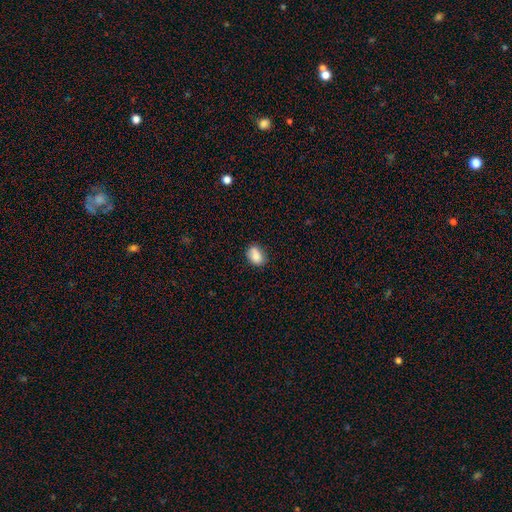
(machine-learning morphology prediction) This appears to be a smooth galaxy with no disk features (82%) that is in between round and cigar-shaped (70%). Merging: none (67%).